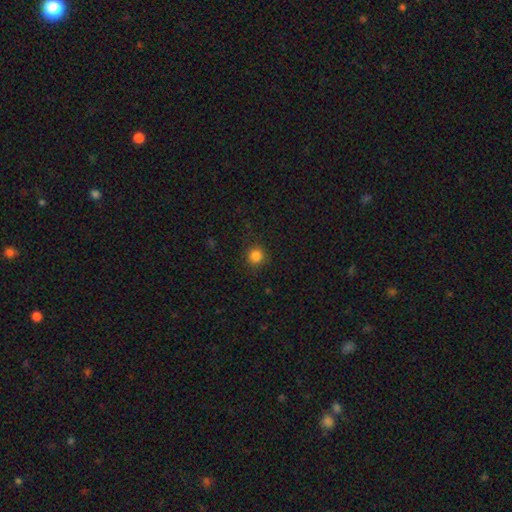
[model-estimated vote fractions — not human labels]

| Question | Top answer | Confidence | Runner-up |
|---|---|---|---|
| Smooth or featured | smooth | 84% | star or artifact (12%) |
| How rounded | round | 93% | in between (6%) |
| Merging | none | 89% | minor disturbance (7%) |